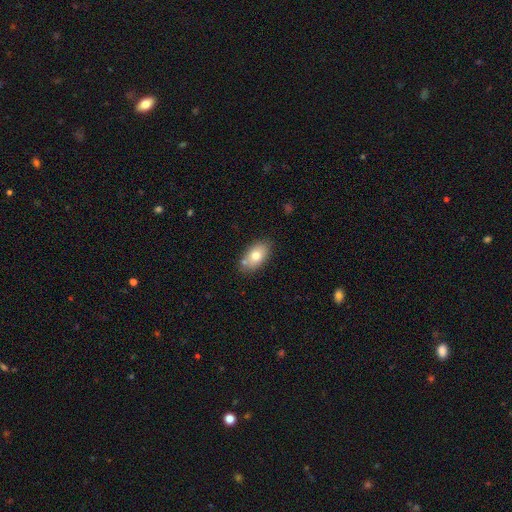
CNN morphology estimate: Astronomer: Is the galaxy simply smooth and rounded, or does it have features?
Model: smooth — 75%.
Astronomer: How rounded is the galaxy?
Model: in between — 90%.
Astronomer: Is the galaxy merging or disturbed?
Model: none — 74%.